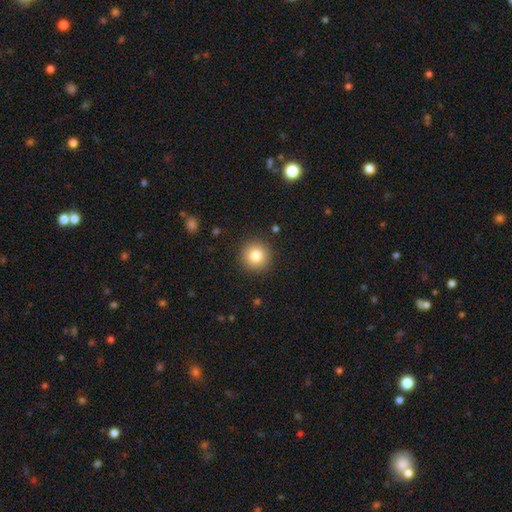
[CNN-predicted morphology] smooth_or_featured: smooth (p=0.82) [alt: star or artifact p=0.10]
how_rounded: round (p=0.95) [alt: in between p=0.04]
merging: none (p=0.91) [alt: minor disturbance p=0.06]